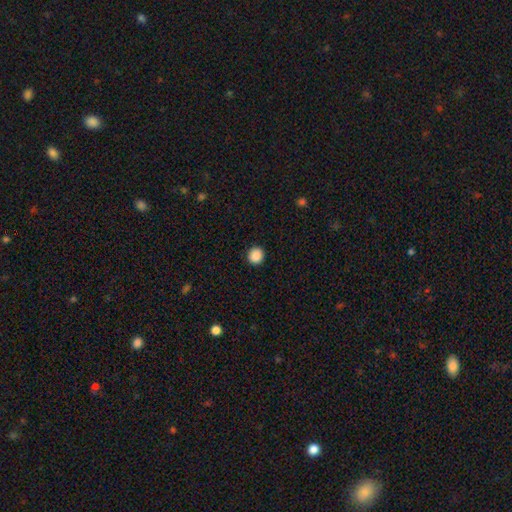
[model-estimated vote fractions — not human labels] Morphology: type=smooth (89%); roundness=round (89%); merging=none (92%).